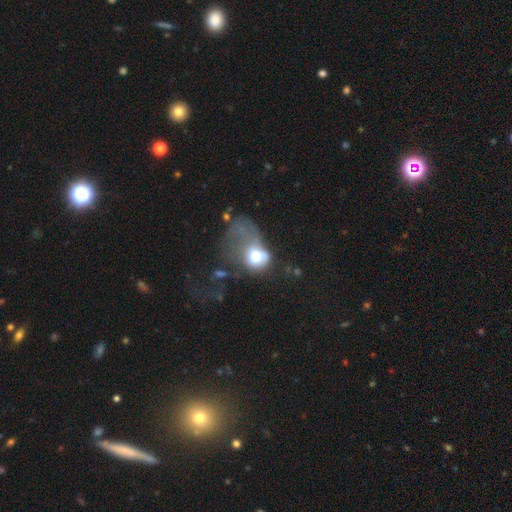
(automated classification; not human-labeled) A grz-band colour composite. It shows a smooth galaxy with no disk features (57%) that is in between round and cigar-shaped (52%). Merging: major disturbance (66%).